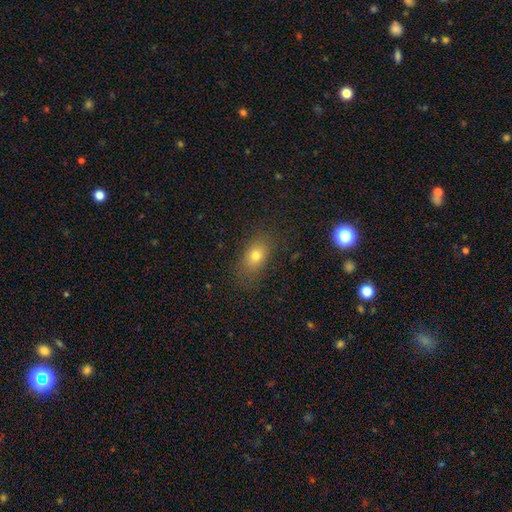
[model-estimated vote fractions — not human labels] Smooth or featured? Predicted: smooth (p=0.75). How rounded? Predicted: in between (p=0.80). Merging? Predicted: none (p=0.80).